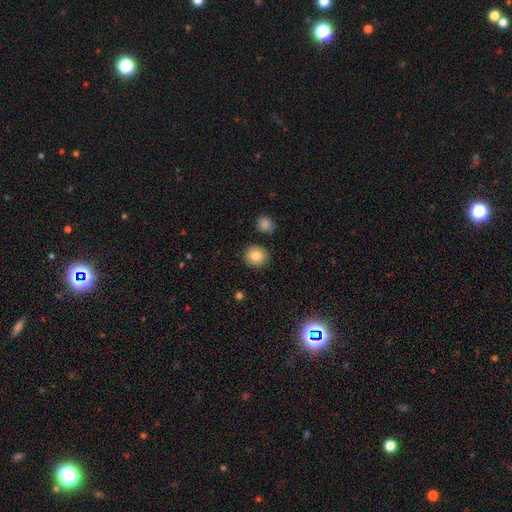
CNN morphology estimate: smooth 83%, star or artifact 9%, featured or disk 8%. Down the decision tree: how rounded — round (88%); merging — none (89%).